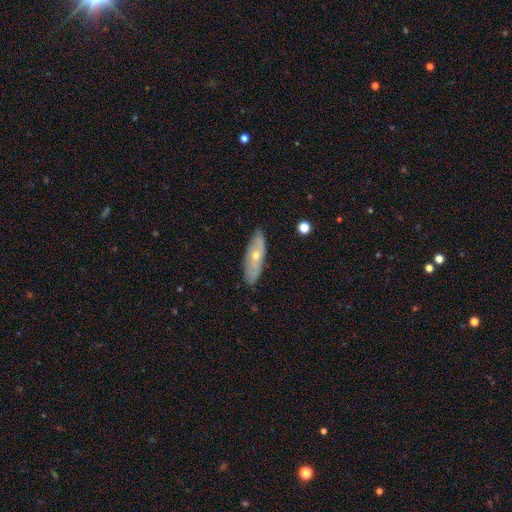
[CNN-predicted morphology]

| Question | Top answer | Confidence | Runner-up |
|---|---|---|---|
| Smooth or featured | featured or disk | 51% | smooth (42%) |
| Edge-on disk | no | 61% | yes (39%) |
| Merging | none | 83% | minor disturbance (13%) |